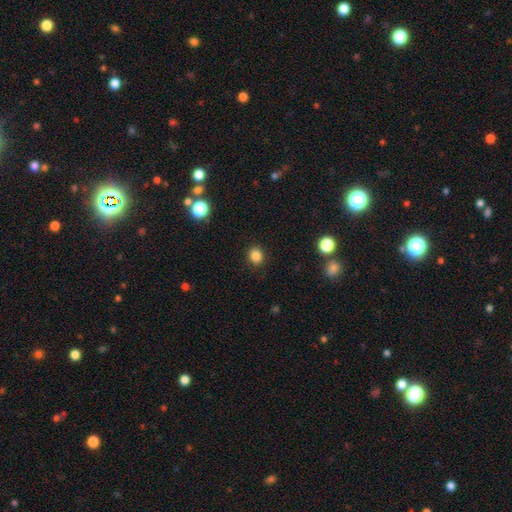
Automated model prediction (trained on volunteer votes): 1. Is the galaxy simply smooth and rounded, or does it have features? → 85% smooth, 12% star or artifact, 4% featured or disk.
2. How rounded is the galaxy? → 78% round, 21% in between, 1% cigar-shaped.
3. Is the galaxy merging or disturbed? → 90% none, 7% minor disturbance, 2% major disturbance, 1% merger.